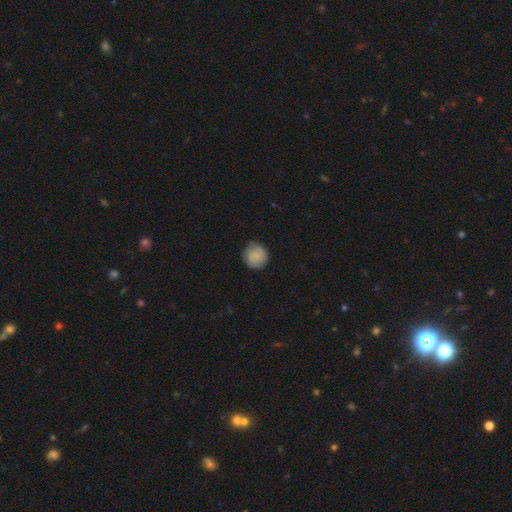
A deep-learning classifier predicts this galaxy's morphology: smooth-or-featured: smooth: 76% | featured or disk: 16% | star or artifact: 8%
  how-rounded: round: 91% | in between: 8% | cigar-shaped: 1%
  merging: none: 80% | minor disturbance: 15% | major disturbance: 4% | merger: 1%